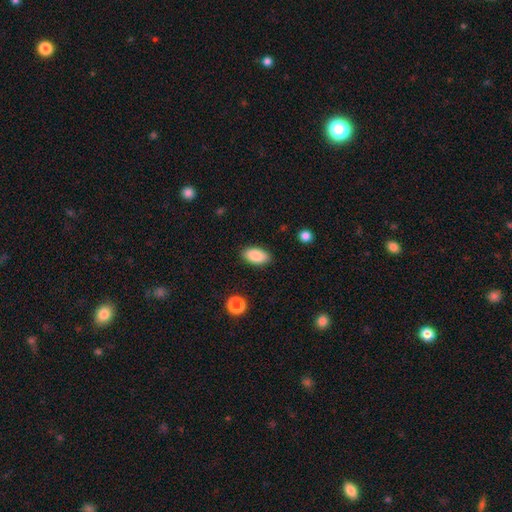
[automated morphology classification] Smooth or featured? smooth (89%)
How rounded? in between (94%)
Merging? none (87%)